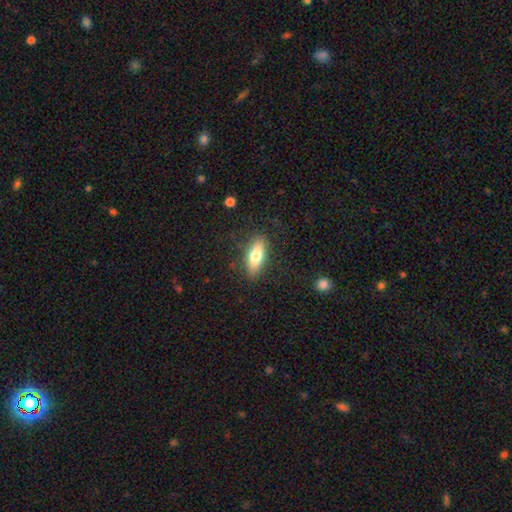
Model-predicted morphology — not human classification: Smooth or featured: smooth — 73% (featured or disk — 20%)
How rounded: in between — 71% (cigar-shaped — 26%)
Merging: none — 84% (minor disturbance — 12%)